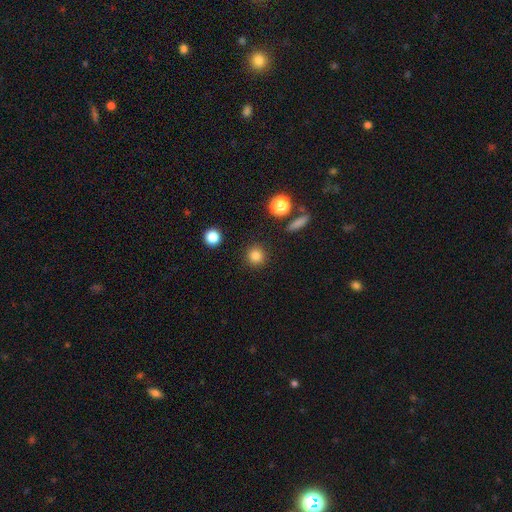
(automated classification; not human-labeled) This is clearly a smooth galaxy (83%). How rounded: clearly round (93%). Merging: clearly none (90%).